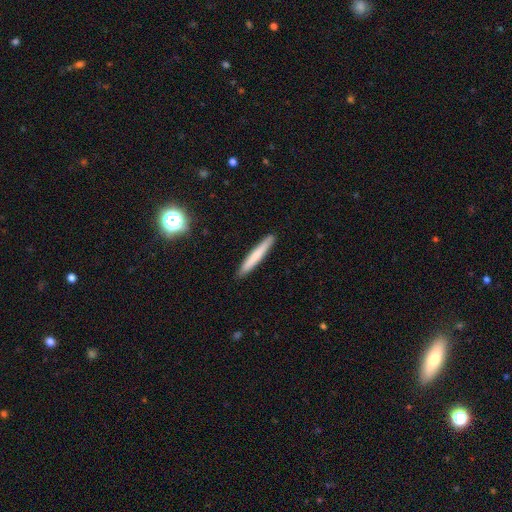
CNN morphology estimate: Smooth or featured?
  - smooth: 72% *
  - featured or disk: 22%
  - star or artifact: 7%
How rounded?
  - cigar-shaped: 96% *
  - in between: 3%
  - round: 1%
Merging?
  - none: 91% *
  - minor disturbance: 7%
  - major disturbance: 1%
  - merger: 1%